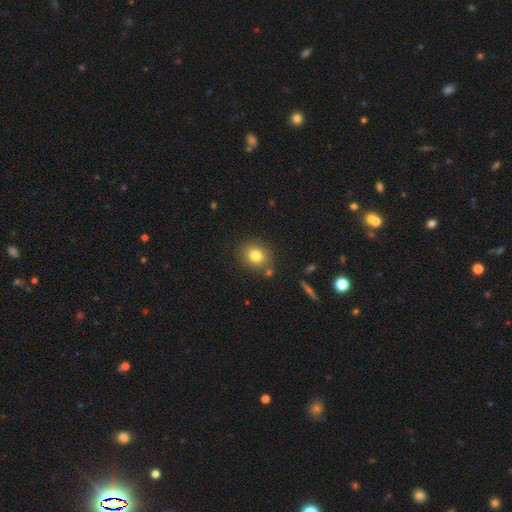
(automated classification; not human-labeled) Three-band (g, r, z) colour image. It shows a smooth galaxy with no disk features (80%) that is round (72%). Merging: none (80%).